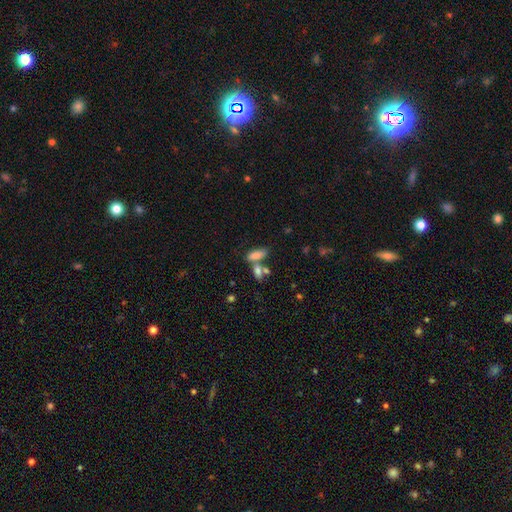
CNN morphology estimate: type=smooth (77%); roundness=in between (73%); merging=none (46%).